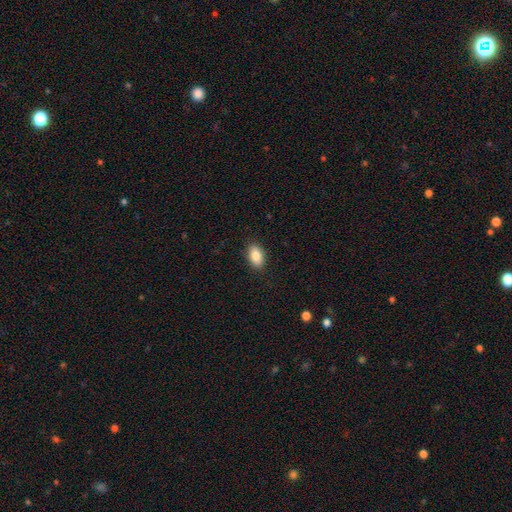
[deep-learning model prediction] smooth-or-featured: smooth: 87% | star or artifact: 7% | featured or disk: 6%
  how-rounded: in between: 92% | round: 6% | cigar-shaped: 2%
  merging: none: 89% | minor disturbance: 8% | major disturbance: 2% | merger: 1%